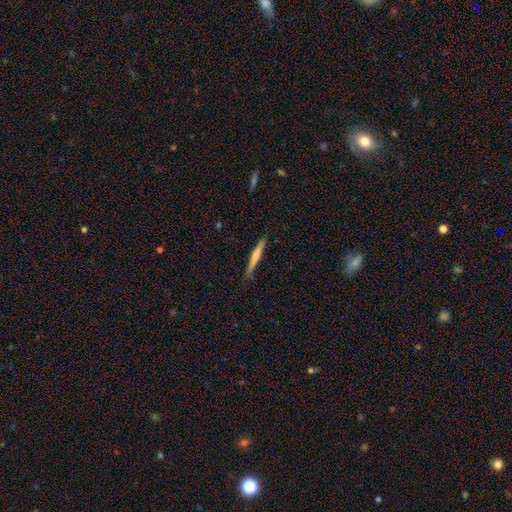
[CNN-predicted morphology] Smooth or featured?
  - smooth: 52% *
  - featured or disk: 43%
  - star or artifact: 6%
How rounded?
  - cigar-shaped: 95% *
  - in between: 3%
  - round: 1%
Merging?
  - none: 83% *
  - minor disturbance: 13%
  - major disturbance: 2%
  - merger: 2%